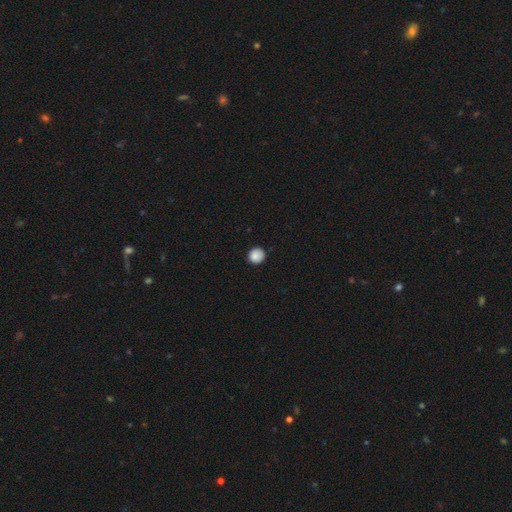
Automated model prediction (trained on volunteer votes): Smooth or featured? smooth (87%)
How rounded? round (94%)
Merging? none (90%)